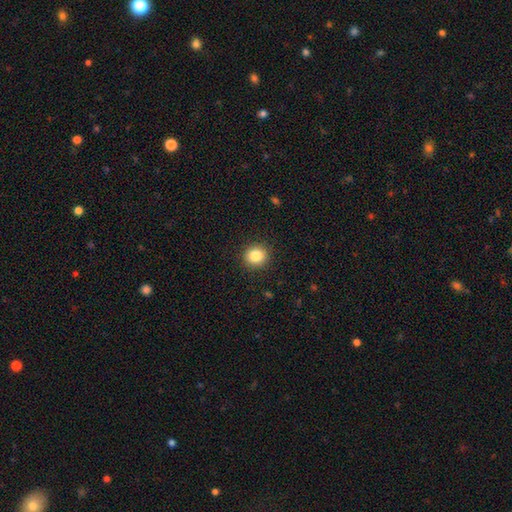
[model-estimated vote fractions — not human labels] smooth_or_featured: smooth (p=0.84) [alt: star or artifact p=0.10]
how_rounded: round (p=0.87) [alt: in between p=0.12]
merging: none (p=0.91) [alt: minor disturbance p=0.06]